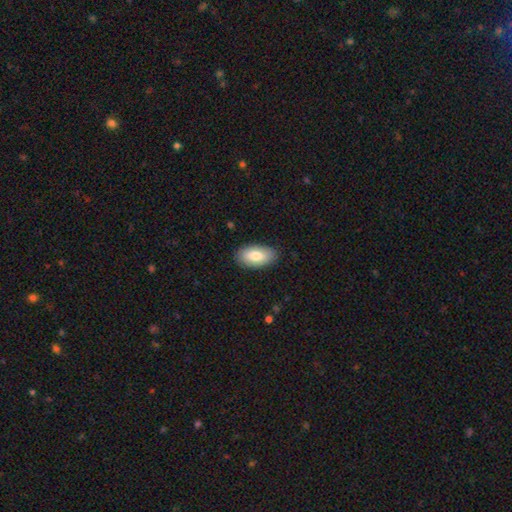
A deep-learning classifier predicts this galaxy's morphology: Smooth or featured: smooth — 79% (featured or disk — 15%)
How rounded: in between — 94% (cigar-shaped — 3%)
Merging: none — 87% (minor disturbance — 10%)